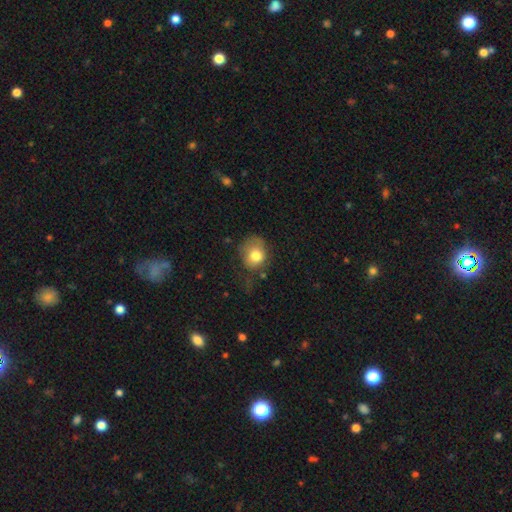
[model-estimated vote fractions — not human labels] Smooth or featured? Predicted: smooth (p=0.77). How rounded? Predicted: round (p=0.66). Merging? Predicted: none (p=0.46).